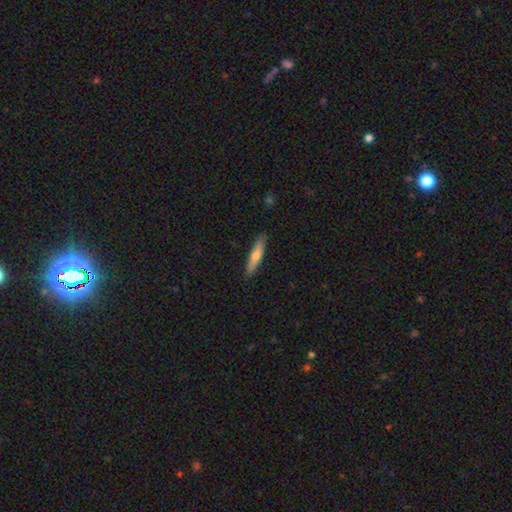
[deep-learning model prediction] A smooth galaxy with no disk features (60%) that is cigar-shaped (86%).

Vote fractions:
- Smooth or featured? smooth: 60% / featured or disk: 35% / star or artifact: 6%
- How rounded? cigar-shaped: 86% / in between: 12% / round: 2%
- Merging? none: 90% / minor disturbance: 7% / major disturbance: 1% / merger: 1%